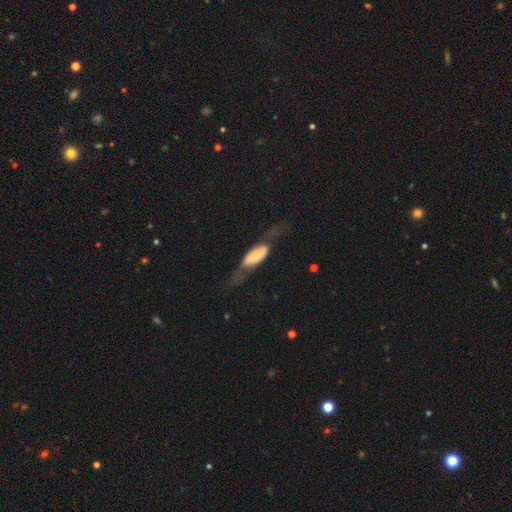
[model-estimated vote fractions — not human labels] This is possibly a smooth galaxy (47%, tied with featured or disk). Merging: marginally none (41%).